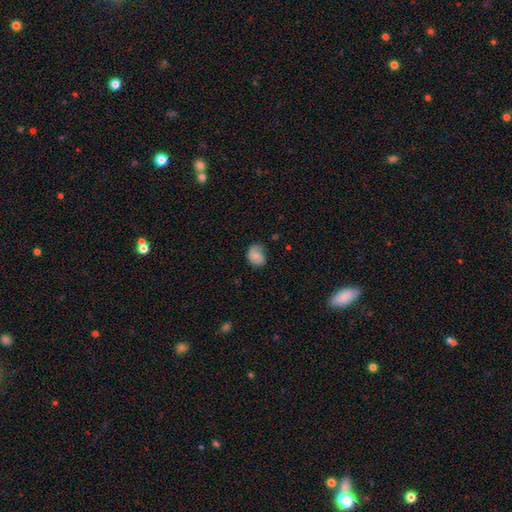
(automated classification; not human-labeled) smooth_or_featured: smooth (p=0.65) [alt: featured or disk p=0.27]
how_rounded: round (p=0.50) [alt: in between p=0.49]
merging: none (p=0.55) [alt: minor disturbance p=0.32]